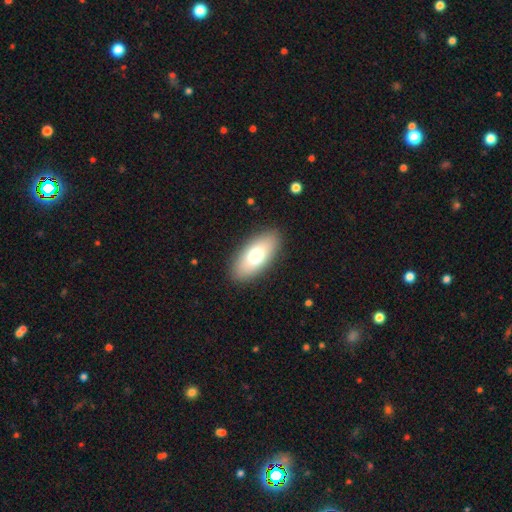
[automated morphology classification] Smooth or featured: smooth — 71% (featured or disk — 21%)
How rounded: in between — 88% (cigar-shaped — 9%)
Merging: none — 89% (minor disturbance — 8%)